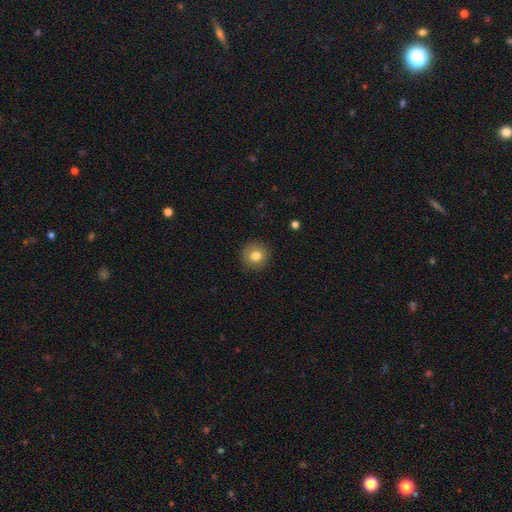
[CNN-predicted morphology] A smooth galaxy with no disk features (80%) that is round (92%).

Vote fractions:
- Smooth or featured? smooth: 80% / featured or disk: 10% / star or artifact: 10%
- How rounded? round: 92% / in between: 7% / cigar-shaped: 1%
- Merging? none: 90% / minor disturbance: 7% / major disturbance: 2% / merger: 1%